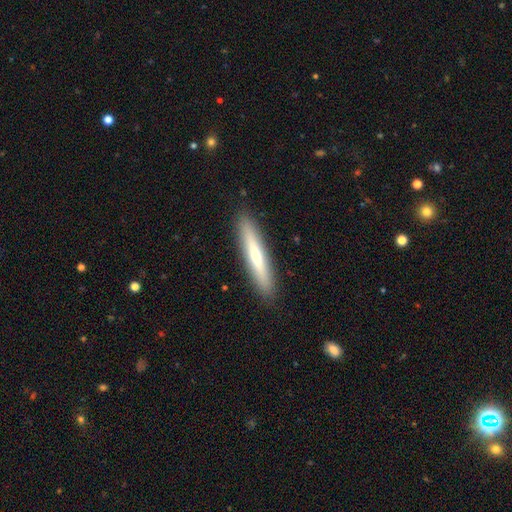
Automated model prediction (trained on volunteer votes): Smooth or featured: smooth — 53% (featured or disk — 40%)
How rounded: cigar-shaped — 92% (in between — 7%)
Merging: none — 90% (minor disturbance — 7%)